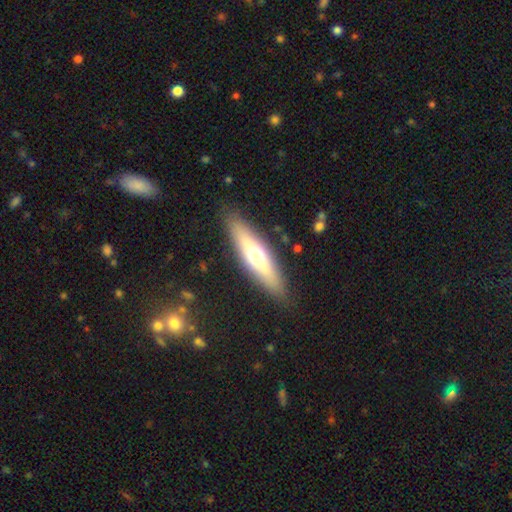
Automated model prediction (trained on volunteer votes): Smooth or featured? Predicted: smooth (p=0.49). Merging? Predicted: none (p=0.87).